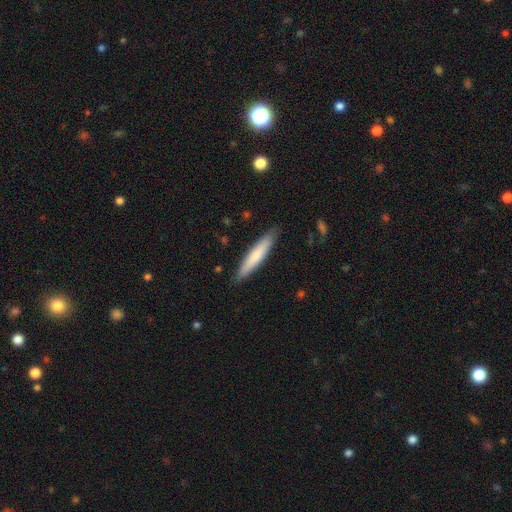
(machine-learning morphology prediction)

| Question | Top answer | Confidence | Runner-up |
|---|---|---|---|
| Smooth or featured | smooth | 71% | featured or disk (24%) |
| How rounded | cigar-shaped | 89% | in between (10%) |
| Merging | none | 87% | minor disturbance (10%) |